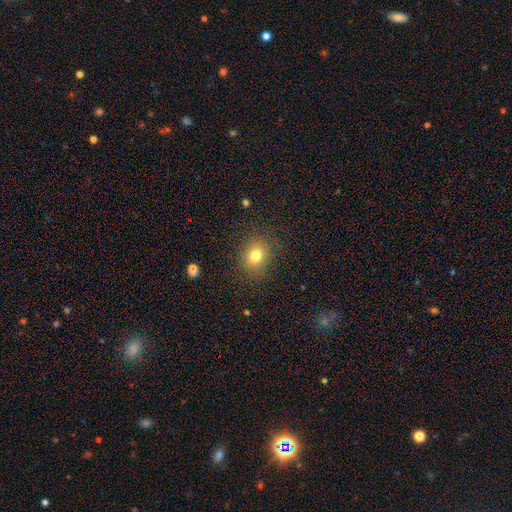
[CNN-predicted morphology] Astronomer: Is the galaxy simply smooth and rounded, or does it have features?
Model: smooth — 77%.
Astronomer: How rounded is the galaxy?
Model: round — 62% (runner-up: in between, 37%).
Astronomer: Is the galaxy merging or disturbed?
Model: none — 85%.